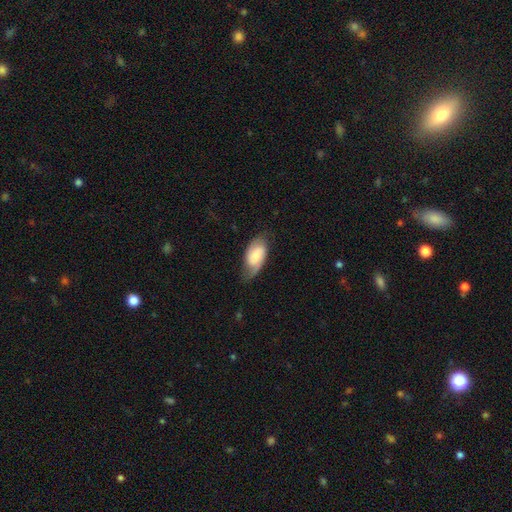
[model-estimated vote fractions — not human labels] Overall: smooth (48%; featured or disk 45%). Merging: none (57%; minor disturbance 30%).